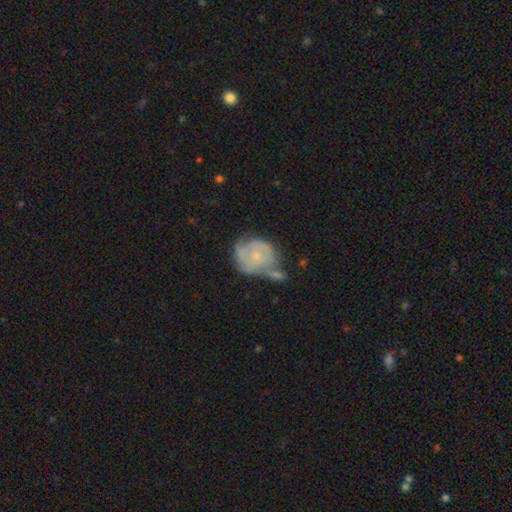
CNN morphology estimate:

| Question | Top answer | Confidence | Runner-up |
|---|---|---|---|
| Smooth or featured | featured or disk | 71% | smooth (23%) |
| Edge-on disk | no | 98% | yes (2%) |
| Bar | no | 79% | weak (18%) |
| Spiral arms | yes | 83% | no (17%) |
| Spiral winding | tight | 59% | medium (30%) |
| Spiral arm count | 2 | 37% | can't tell (31%) |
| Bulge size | small | 69% | moderate (25%) |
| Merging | none | 39% | minor disturbance (25%) |